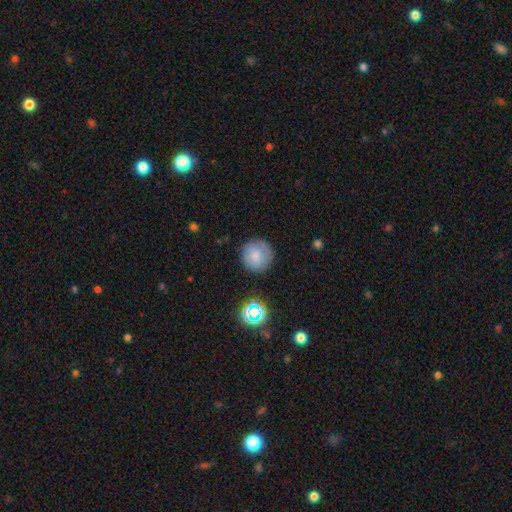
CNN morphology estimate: A smooth galaxy with no disk features (77%) that is round (95%). Merging: none (83%).